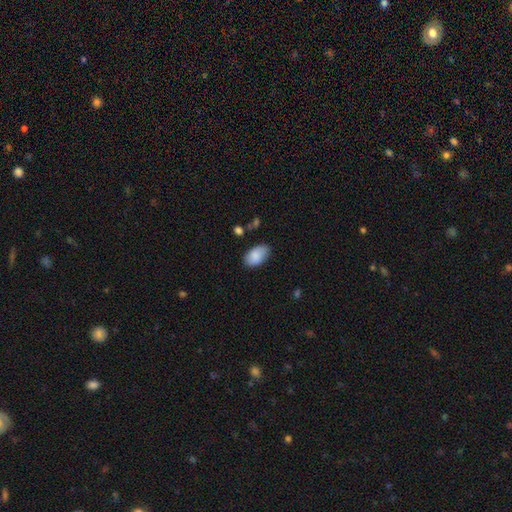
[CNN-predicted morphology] smooth-or-featured: smooth: 87% | featured or disk: 7% | star or artifact: 6%
  how-rounded: in between: 93% | round: 5% | cigar-shaped: 1%
  merging: none: 78% | minor disturbance: 16% | major disturbance: 3% | merger: 2%